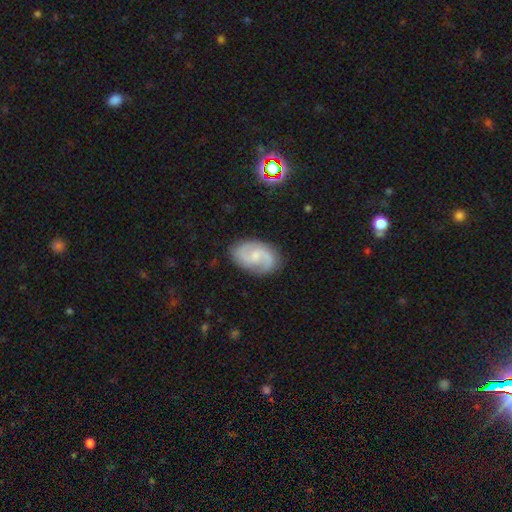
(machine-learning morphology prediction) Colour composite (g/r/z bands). It shows a featured or disk galaxy (80%) with no bar (50%), 2 (88%) medium (51%) spiral arms (96%) and a small central bulge (53%). Merging: none (80%).